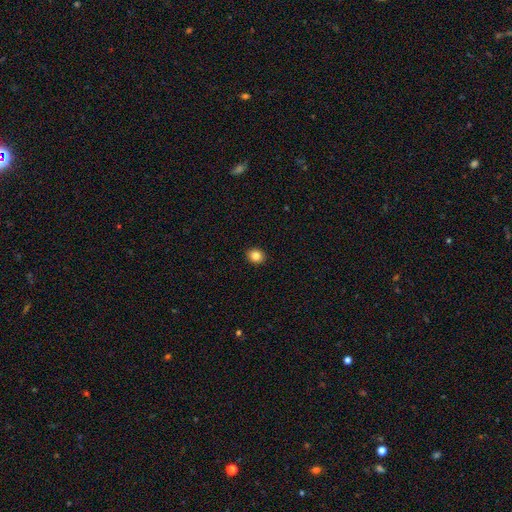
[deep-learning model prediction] This appears to be a smooth galaxy with no disk features (84%) that is round (69%). Merging: none (92%).